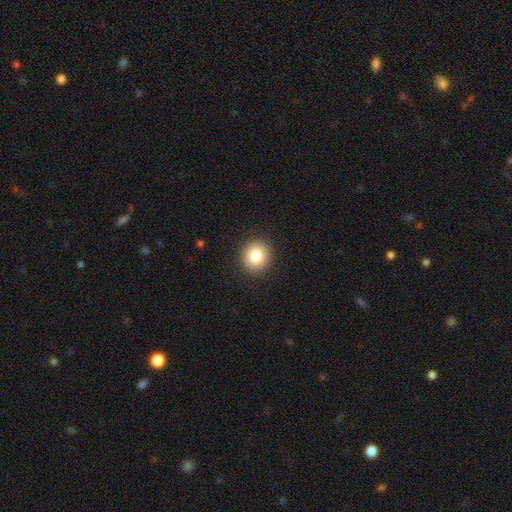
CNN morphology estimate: Smooth or featured?
  - smooth: 82% *
  - star or artifact: 10%
  - featured or disk: 8%
How rounded?
  - round: 87% *
  - in between: 12%
  - cigar-shaped: 1%
Merging?
  - none: 91% *
  - minor disturbance: 6%
  - major disturbance: 2%
  - merger: 1%